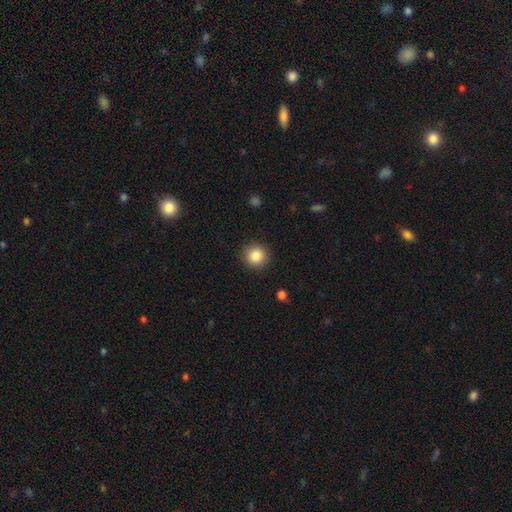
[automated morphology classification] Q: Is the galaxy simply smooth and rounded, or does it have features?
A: smooth — 86%.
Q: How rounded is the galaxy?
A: round — 94%.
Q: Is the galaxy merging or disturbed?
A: none — 91%.